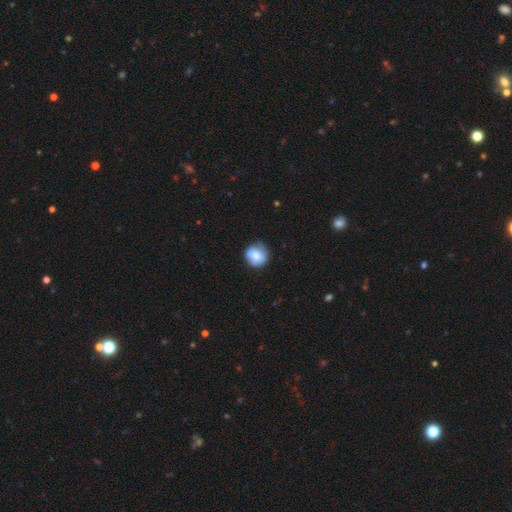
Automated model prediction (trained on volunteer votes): A smooth galaxy with no disk features (68%) that is round (88%). Merging: none (65%).